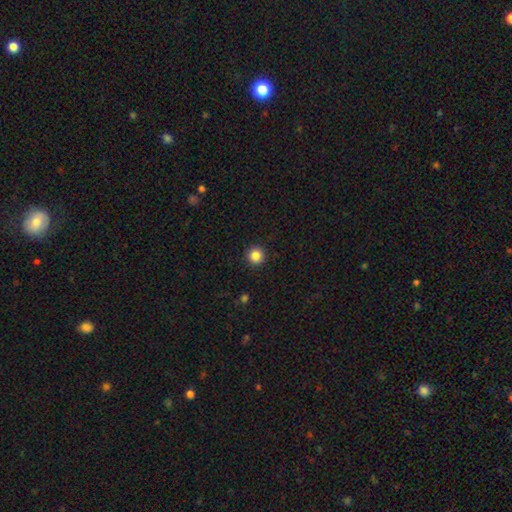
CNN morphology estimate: smooth_or_featured: smooth (p=0.85) [alt: star or artifact p=0.11]
how_rounded: round (p=0.96) [alt: in between p=0.03]
merging: none (p=0.93) [alt: minor disturbance p=0.04]